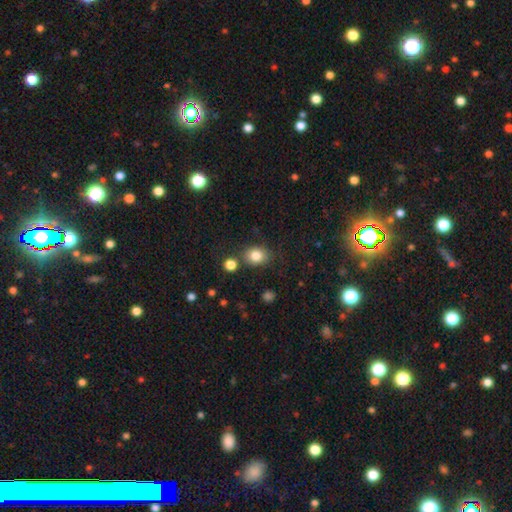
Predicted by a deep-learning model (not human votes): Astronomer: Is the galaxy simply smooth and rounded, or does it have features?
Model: smooth — 82%.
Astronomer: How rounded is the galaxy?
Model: round — 53% (runner-up: in between, 46%).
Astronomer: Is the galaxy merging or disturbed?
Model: none — 77%.